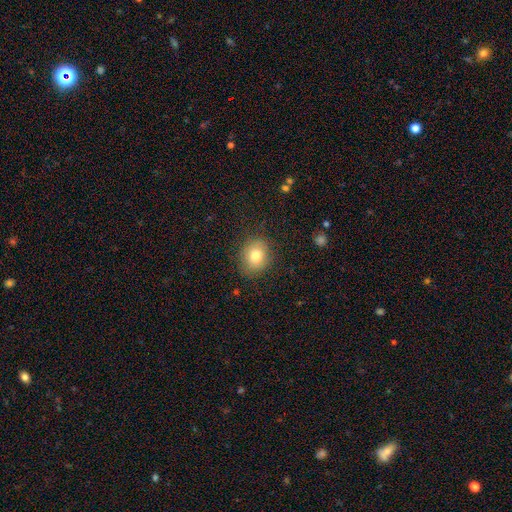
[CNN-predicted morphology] Smooth or featured? Predicted: smooth (p=0.79). How rounded? Predicted: round (p=0.62). Merging? Predicted: none (p=0.84).